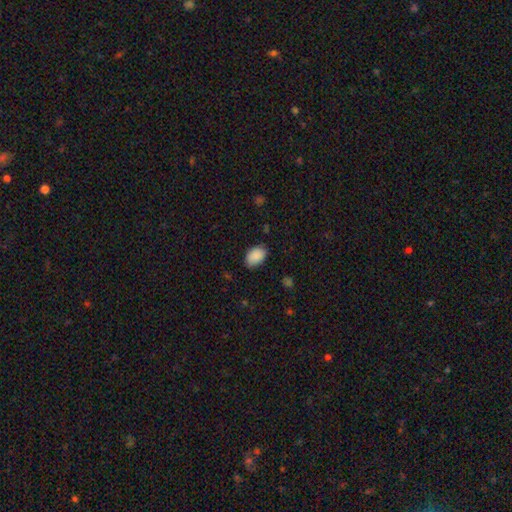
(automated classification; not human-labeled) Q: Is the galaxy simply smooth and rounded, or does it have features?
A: smooth — 90%.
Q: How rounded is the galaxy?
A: in between — 88%.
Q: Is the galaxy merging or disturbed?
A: none — 82%.